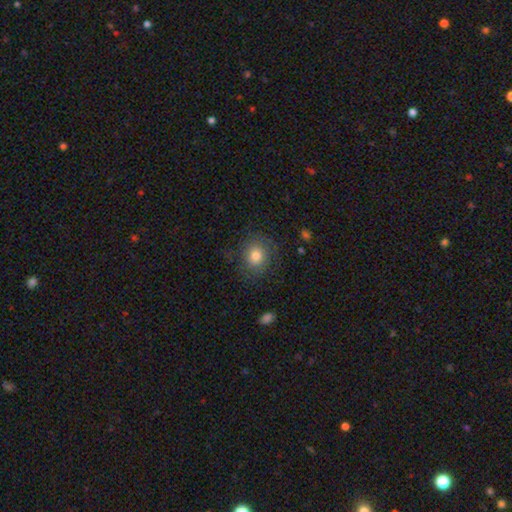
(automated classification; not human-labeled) Smooth or featured? smooth (78%)
How rounded? round (78%)
Merging? none (80%)